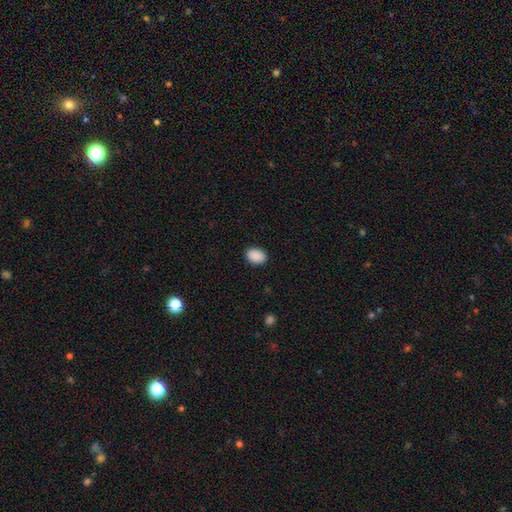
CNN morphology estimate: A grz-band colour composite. It shows a smooth galaxy with no disk features (90%) that is in between round and cigar-shaped (77%). Merging: none (89%).